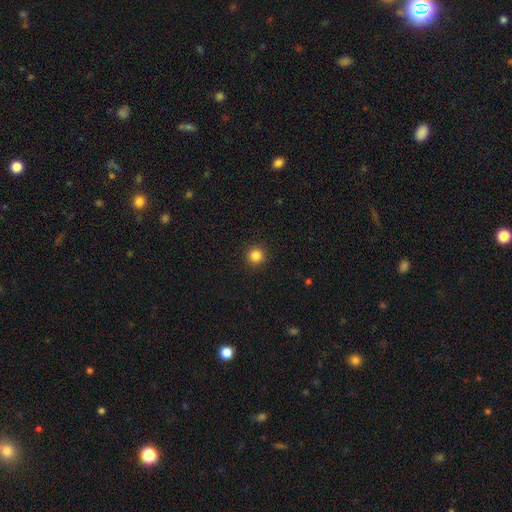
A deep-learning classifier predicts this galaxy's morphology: This appears to be a smooth galaxy with no disk features (84%) that is round (95%). Merging: none (93%).